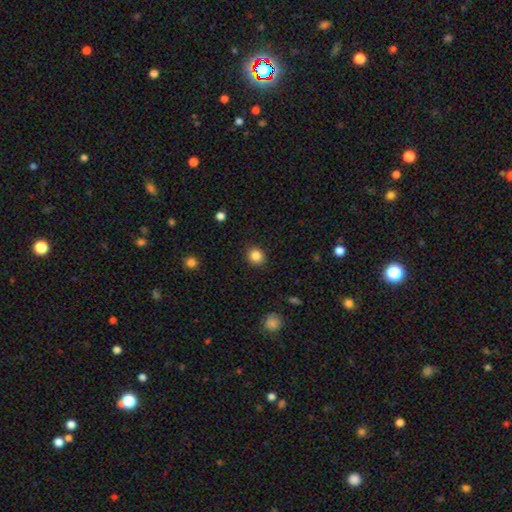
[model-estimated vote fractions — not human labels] A smooth galaxy with no disk features (85%) that is round (83%).

Vote fractions:
- Smooth or featured? smooth: 85% / star or artifact: 10% / featured or disk: 4%
- How rounded? round: 83% / in between: 17% / cigar-shaped: 1%
- Merging? none: 88% / minor disturbance: 8% / major disturbance: 2% / merger: 1%